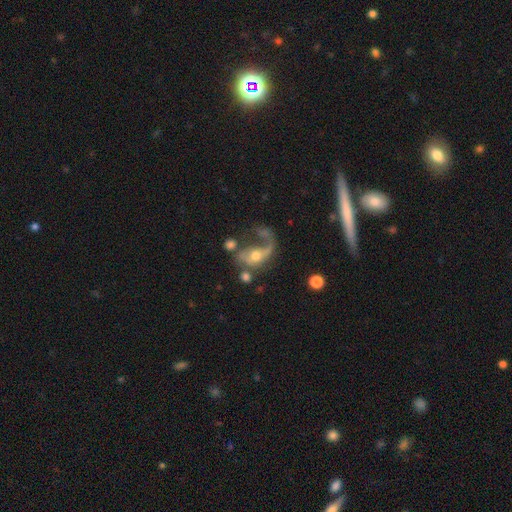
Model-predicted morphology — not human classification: type=featured or disk (64%); edge-on=no (95%); bar=no (67%); spiral arms=yes (70%); bulge=moderate (62%); merging=major disturbance (44%).